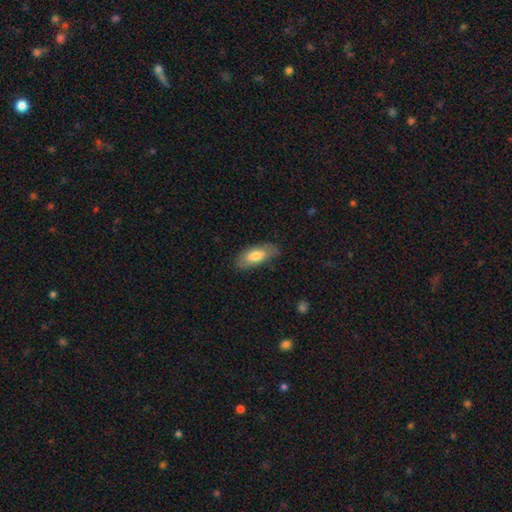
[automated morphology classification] Smooth or featured?
  - smooth: 75% *
  - featured or disk: 19%
  - star or artifact: 6%
How rounded?
  - in between: 83% *
  - cigar-shaped: 14%
  - round: 2%
Merging?
  - none: 79% *
  - minor disturbance: 16%
  - major disturbance: 4%
  - merger: 1%